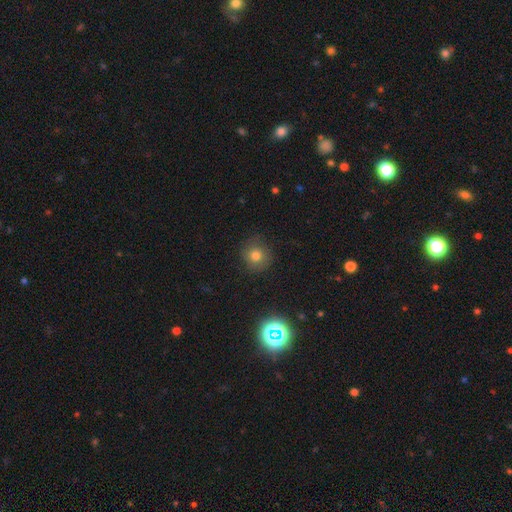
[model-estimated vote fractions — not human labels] Smooth or featured?
  - smooth: 73% *
  - star or artifact: 17%
  - featured or disk: 10%
How rounded?
  - round: 91% *
  - in between: 8%
  - cigar-shaped: 1%
Merging?
  - none: 83% *
  - minor disturbance: 12%
  - major disturbance: 4%
  - merger: 1%